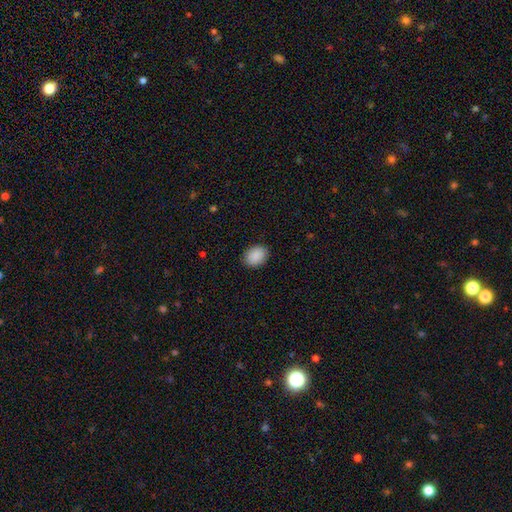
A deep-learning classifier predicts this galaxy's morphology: Smooth or featured: smooth — 90% (star or artifact — 7%)
How rounded: in between — 70% (round — 29%)
Merging: none — 88% (minor disturbance — 9%)